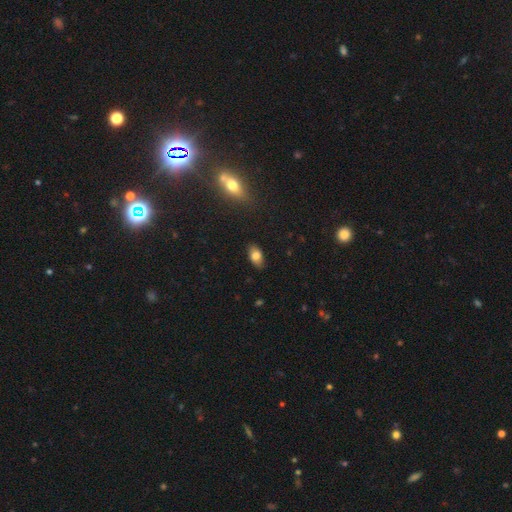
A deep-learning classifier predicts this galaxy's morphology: Q: Smooth or featured?
A: smooth (79%); runner-up: featured or disk (12%)
Q: How rounded?
A: in between (90%); runner-up: round (7%)
Q: Merging?
A: none (85%); runner-up: minor disturbance (12%)